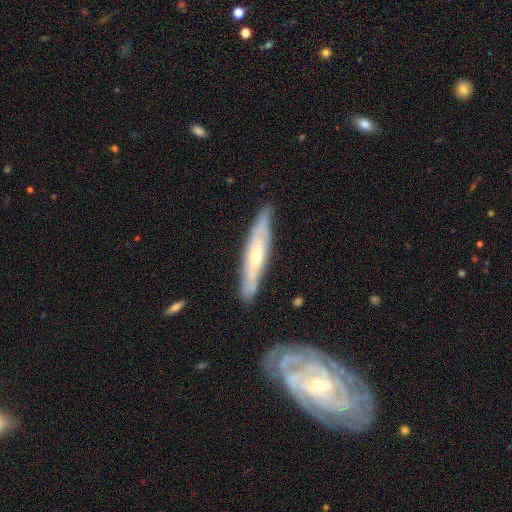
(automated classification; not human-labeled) A featured or disk galaxy (69%) viewed edge-on (56%).

Vote fractions:
- Smooth or featured? featured or disk: 69% / smooth: 24% / star or artifact: 6%
- Edge-on disk? yes: 56% / no: 44%
- Merging? none: 81% / minor disturbance: 13% / merger: 3% / major disturbance: 3%